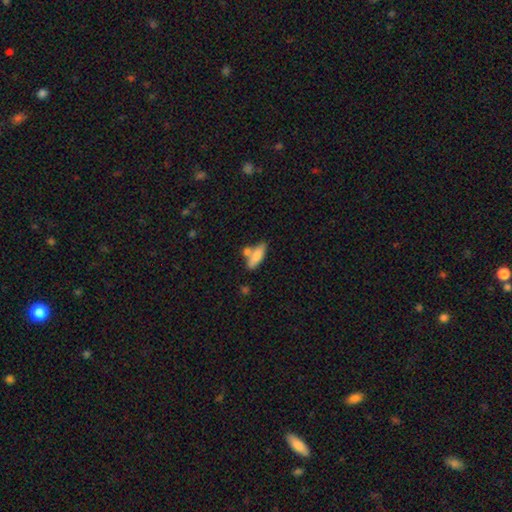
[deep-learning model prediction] Smooth or featured?
  - smooth: 80% *
  - featured or disk: 14%
  - star or artifact: 6%
How rounded?
  - in between: 61% *
  - cigar-shaped: 36%
  - round: 3%
Merging?
  - none: 56% *
  - merger: 25%
  - minor disturbance: 14%
  - major disturbance: 4%